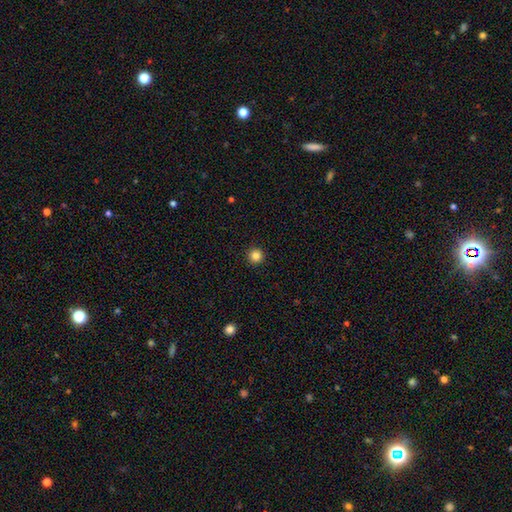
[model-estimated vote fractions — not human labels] Q: Smooth or featured?
A: smooth (84%); runner-up: star or artifact (12%)
Q: How rounded?
A: round (96%); runner-up: in between (3%)
Q: Merging?
A: none (94%); runner-up: minor disturbance (4%)